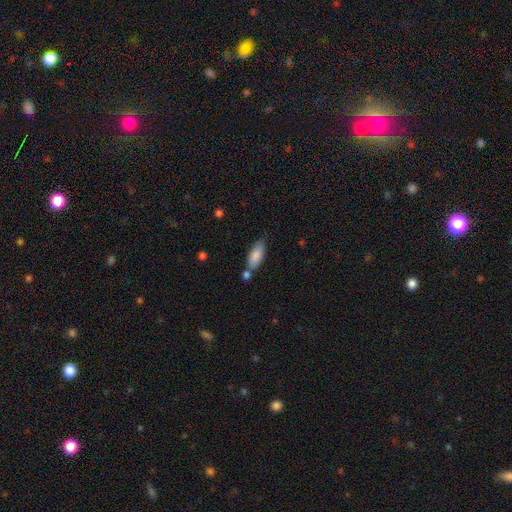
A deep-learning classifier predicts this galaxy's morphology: Smooth or featured? Predicted: smooth (p=0.84). How rounded? Predicted: in between (p=0.77). Merging? Predicted: none (p=0.60).